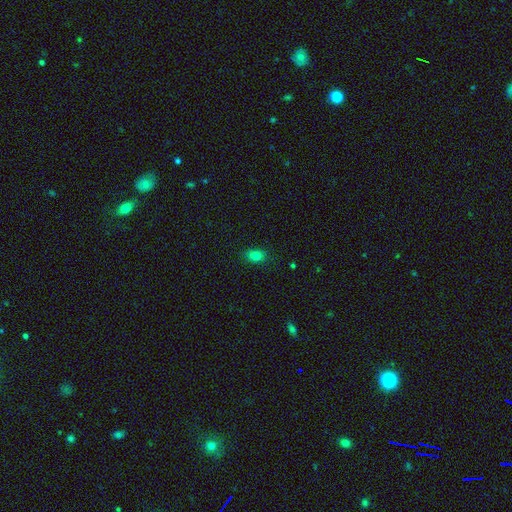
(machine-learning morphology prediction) smooth-or-featured: smooth: 80% | star or artifact: 14% | featured or disk: 6%
  how-rounded: in between: 79% | round: 19% | cigar-shaped: 2%
  merging: none: 84% | minor disturbance: 12% | major disturbance: 3% | merger: 1%